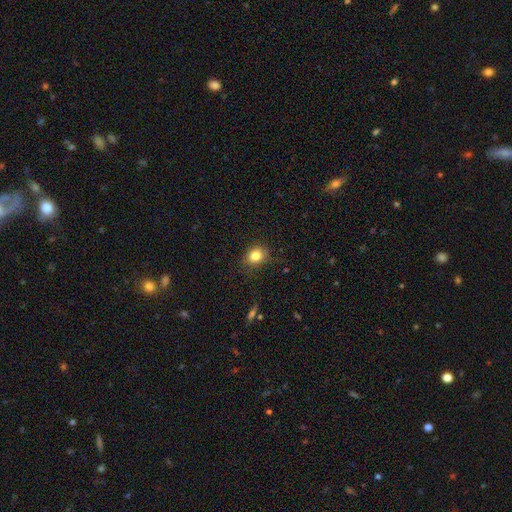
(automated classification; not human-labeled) Q: Smooth or featured?
A: smooth (82%); runner-up: star or artifact (11%)
Q: How rounded?
A: round (64%); runner-up: in between (35%)
Q: Merging?
A: none (81%); runner-up: minor disturbance (15%)